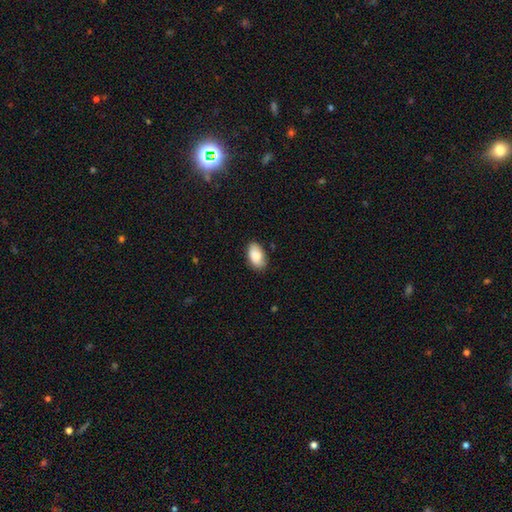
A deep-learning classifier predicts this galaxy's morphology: Smooth or featured?
  - smooth: 86% *
  - featured or disk: 7%
  - star or artifact: 7%
How rounded?
  - in between: 93% *
  - round: 5%
  - cigar-shaped: 1%
Merging?
  - none: 79% *
  - minor disturbance: 17%
  - major disturbance: 3%
  - merger: 1%